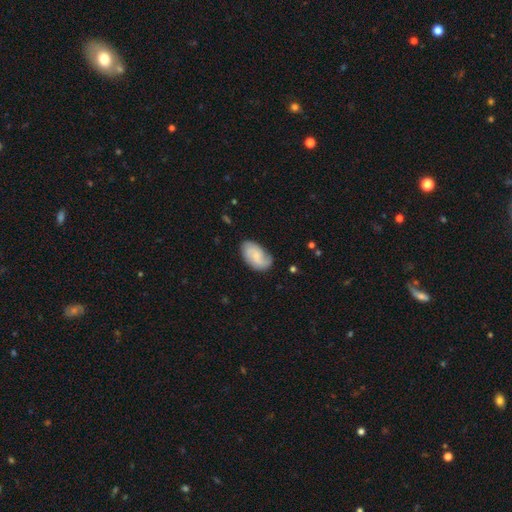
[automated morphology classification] Smooth or featured? Predicted: smooth (p=0.51). How rounded? Predicted: in between (p=0.92). Merging? Predicted: none (p=0.69).